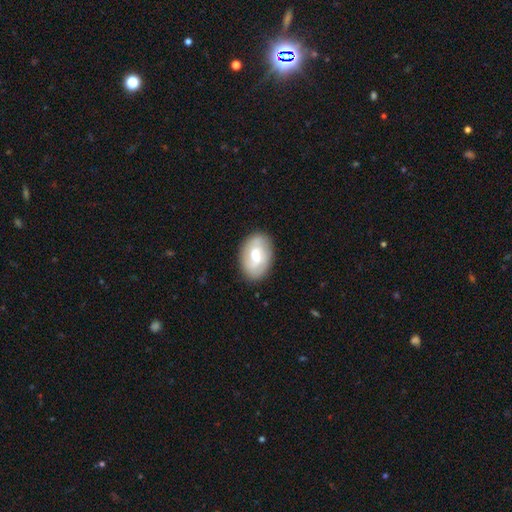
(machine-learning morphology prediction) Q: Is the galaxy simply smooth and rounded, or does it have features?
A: smooth — 49%.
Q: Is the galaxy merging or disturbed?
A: none — 83%.